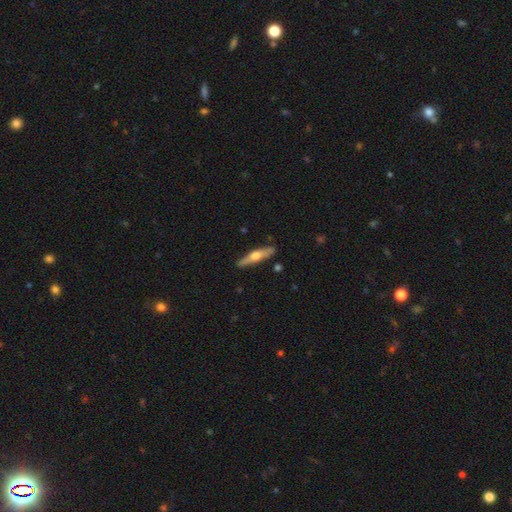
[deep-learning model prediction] A featured or disk galaxy (56%) viewed edge-on (94%) with a rounded central bulge (91%). Merging: none (87%).